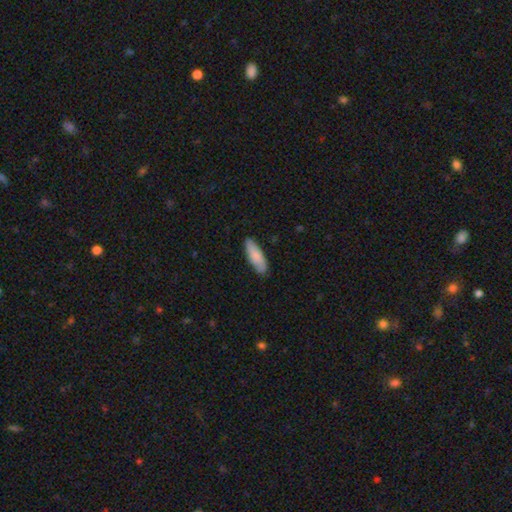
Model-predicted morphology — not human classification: Q: Smooth or featured?
A: smooth (82%); runner-up: featured or disk (13%)
Q: How rounded?
A: in between (60%); runner-up: cigar-shaped (39%)
Q: Merging?
A: none (81%); runner-up: minor disturbance (16%)